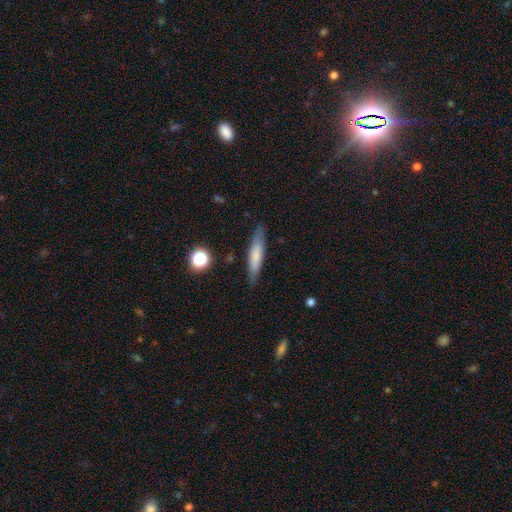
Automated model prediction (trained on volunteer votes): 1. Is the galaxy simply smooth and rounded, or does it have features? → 69% smooth, 24% featured or disk, 7% star or artifact.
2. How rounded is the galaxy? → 83% cigar-shaped, 16% in between, 2% round.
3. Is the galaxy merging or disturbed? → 85% none, 11% minor disturbance, 2% major disturbance, 2% merger.